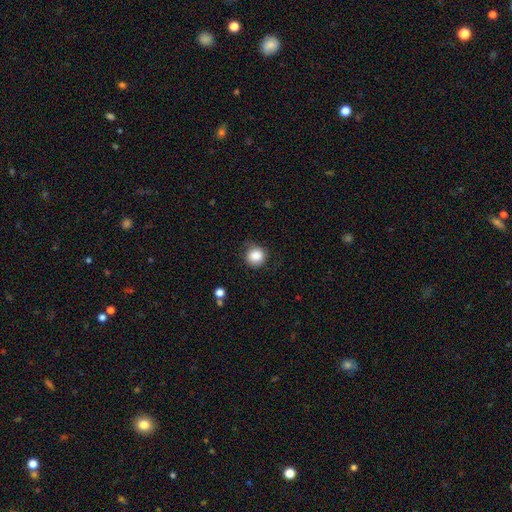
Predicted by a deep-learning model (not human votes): Overall: smooth (86%). How rounded: round (91%). Merging: none (76%).